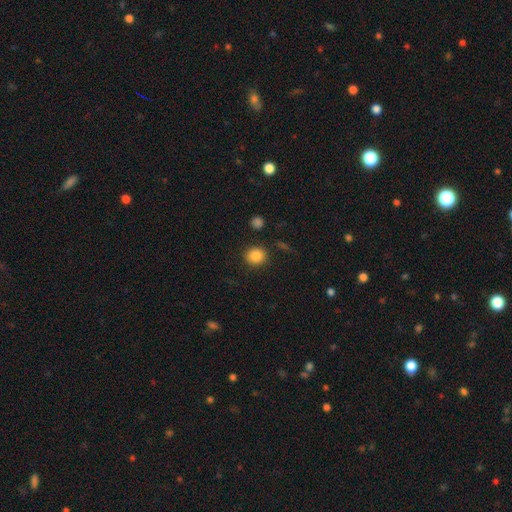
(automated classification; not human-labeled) Smooth or featured?
  - smooth: 86% *
  - star or artifact: 10%
  - featured or disk: 4%
How rounded?
  - round: 88% *
  - in between: 11%
  - cigar-shaped: 1%
Merging?
  - none: 89% *
  - minor disturbance: 7%
  - major disturbance: 3%
  - merger: 2%